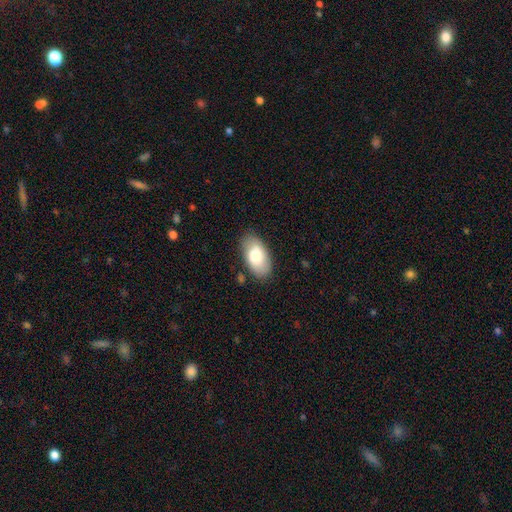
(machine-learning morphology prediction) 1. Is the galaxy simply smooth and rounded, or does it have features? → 77% smooth, 17% featured or disk, 6% star or artifact.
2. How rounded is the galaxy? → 95% in between, 3% round, 2% cigar-shaped.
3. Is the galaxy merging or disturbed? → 83% none, 13% minor disturbance, 3% major disturbance, 1% merger.